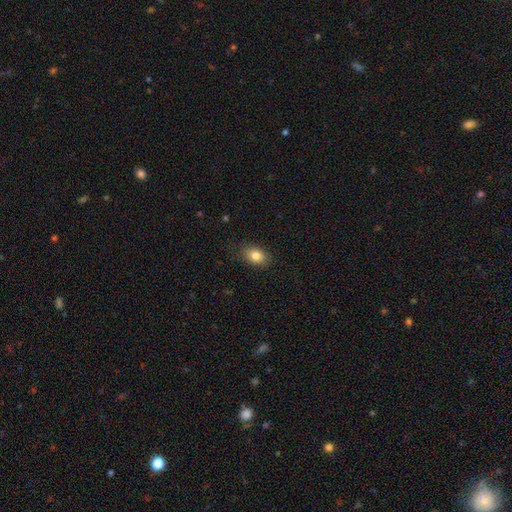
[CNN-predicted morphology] Smooth or featured? Predicted: smooth (p=0.83). How rounded? Predicted: in between (p=0.77). Merging? Predicted: none (p=0.83).